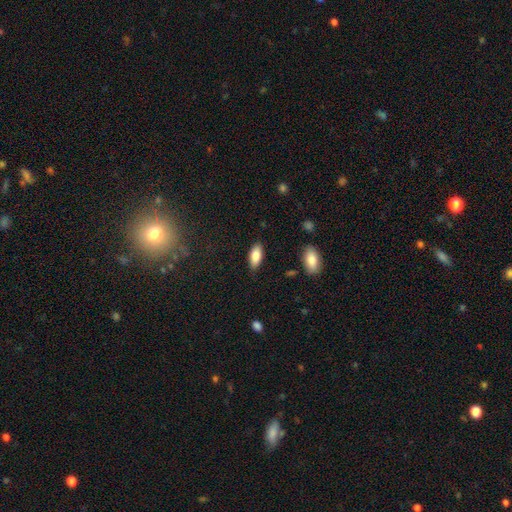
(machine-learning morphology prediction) Smooth or featured? Predicted: smooth (p=0.84). How rounded? Predicted: in between (p=0.87). Merging? Predicted: none (p=0.85).